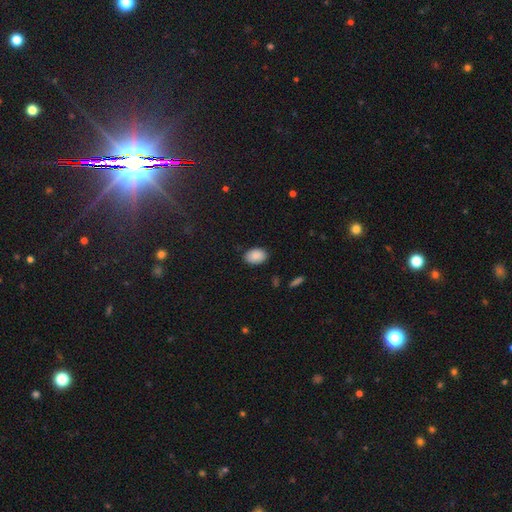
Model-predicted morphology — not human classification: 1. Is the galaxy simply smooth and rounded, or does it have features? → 88% smooth, 7% star or artifact, 5% featured or disk.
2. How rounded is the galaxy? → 85% in between, 14% round, 1% cigar-shaped.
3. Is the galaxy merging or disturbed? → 87% none, 10% minor disturbance, 2% major disturbance, 1% merger.